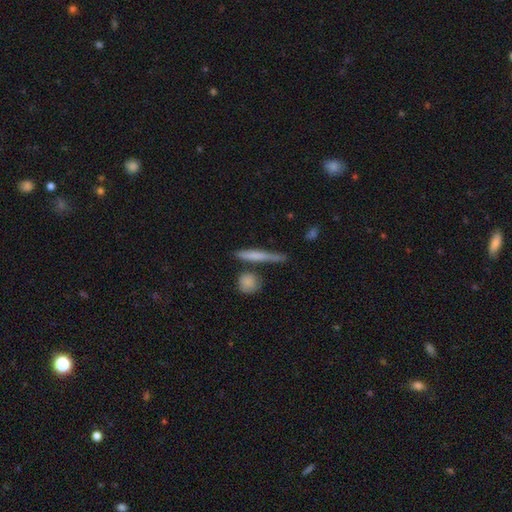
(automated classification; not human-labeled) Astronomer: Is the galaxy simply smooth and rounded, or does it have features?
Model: smooth — 60%.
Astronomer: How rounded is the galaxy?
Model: cigar-shaped — 89%.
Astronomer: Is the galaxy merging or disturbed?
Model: none — 74%.